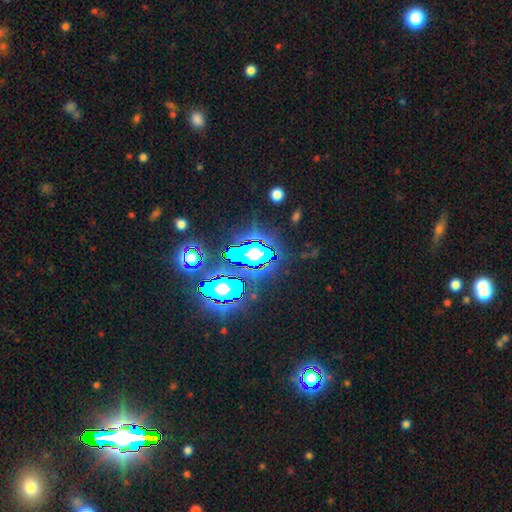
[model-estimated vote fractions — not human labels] smooth_or_featured: star or artifact (p=0.80) [alt: smooth p=0.11]